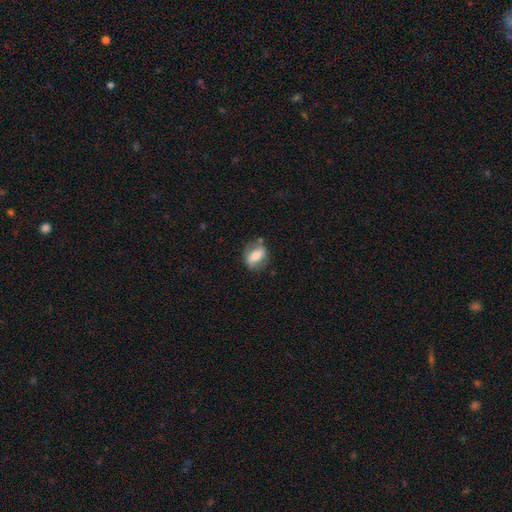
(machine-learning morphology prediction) A smooth galaxy with no disk features (63%) that is in between round and cigar-shaped (68%). Merging: none (70%).